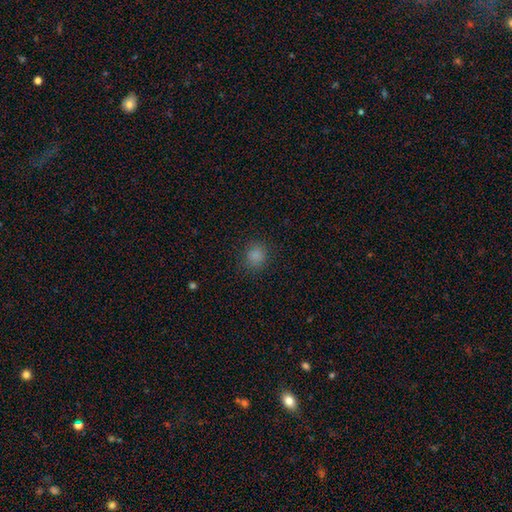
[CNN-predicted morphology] Q: Smooth or featured?
A: smooth (84%); runner-up: star or artifact (13%)
Q: How rounded?
A: round (83%); runner-up: in between (16%)
Q: Merging?
A: none (86%); runner-up: minor disturbance (10%)